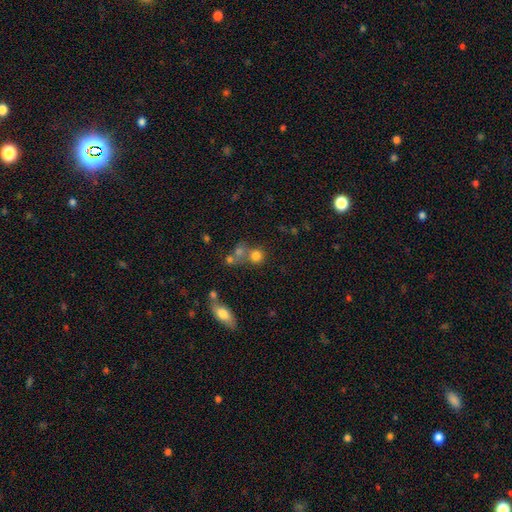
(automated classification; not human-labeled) This is likely a smooth galaxy (76%). How rounded: clearly round (86%). Merging: possibly none (54%).